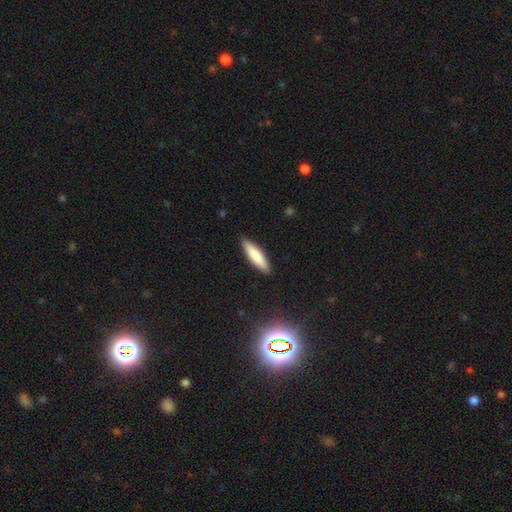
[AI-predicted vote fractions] Overall: smooth (80%). How rounded: cigar-shaped (75%). Merging: none (89%).